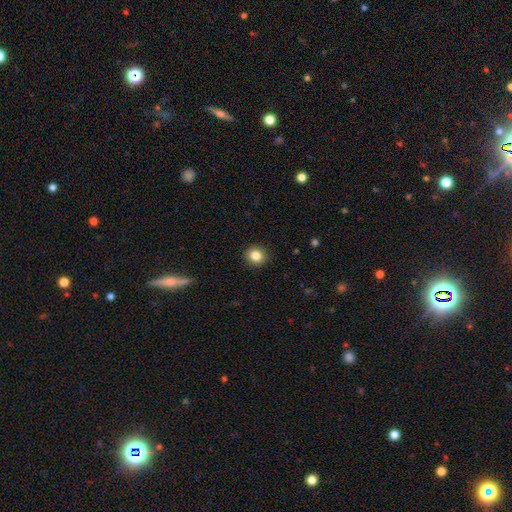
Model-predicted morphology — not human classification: This appears to be a smooth galaxy with no disk features (84%) that is round (87%). Merging: none (91%).